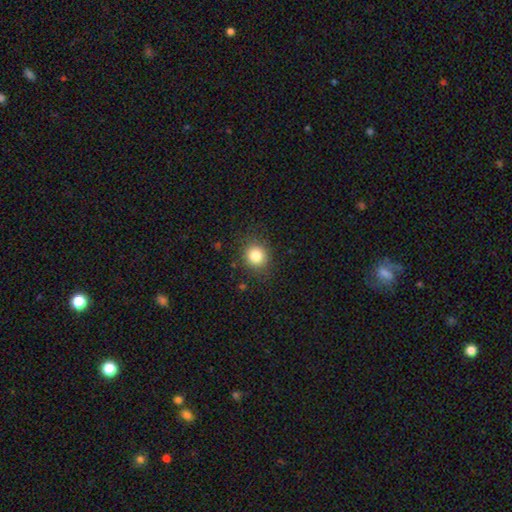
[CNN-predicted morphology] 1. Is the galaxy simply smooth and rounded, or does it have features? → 83% smooth, 11% star or artifact, 6% featured or disk.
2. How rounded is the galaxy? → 85% round, 14% in between, 1% cigar-shaped.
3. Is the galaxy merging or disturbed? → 86% none, 10% minor disturbance, 3% major disturbance, 1% merger.